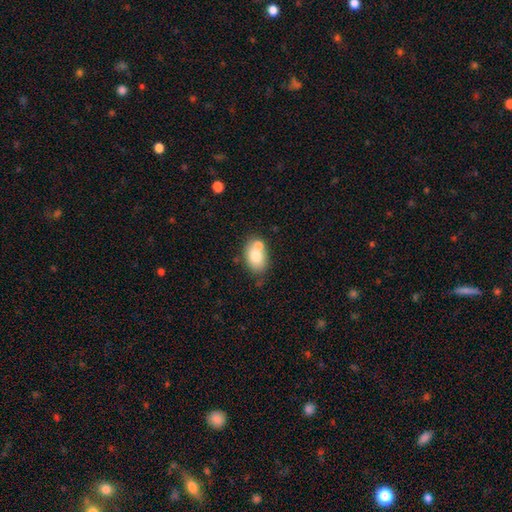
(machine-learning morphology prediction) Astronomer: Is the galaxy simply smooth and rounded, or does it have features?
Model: smooth — 72%.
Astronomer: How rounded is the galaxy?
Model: in between — 78%.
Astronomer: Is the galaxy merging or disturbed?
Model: none — 51% (runner-up: merger, 32%).